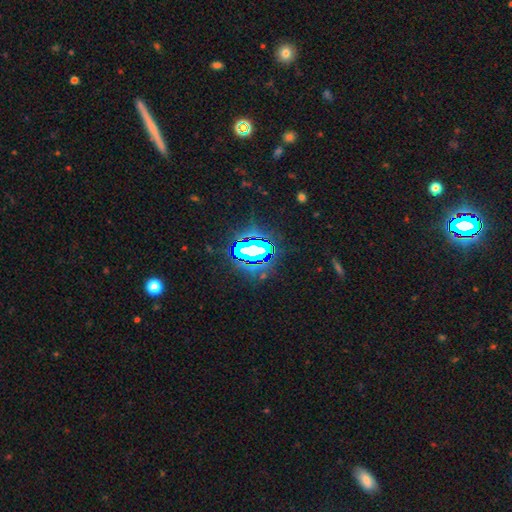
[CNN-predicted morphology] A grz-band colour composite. It shows a star or artifact, not a galaxy (77%).